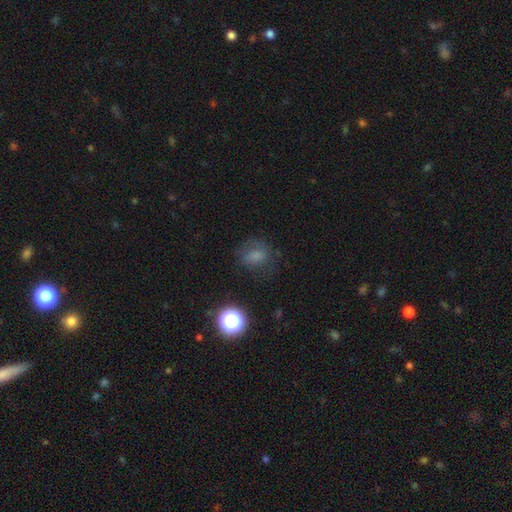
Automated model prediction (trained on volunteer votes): smooth 70%, star or artifact 18%, featured or disk 12%. Down the decision tree: how rounded — in between (49%, tied with round); merging — none (64%).